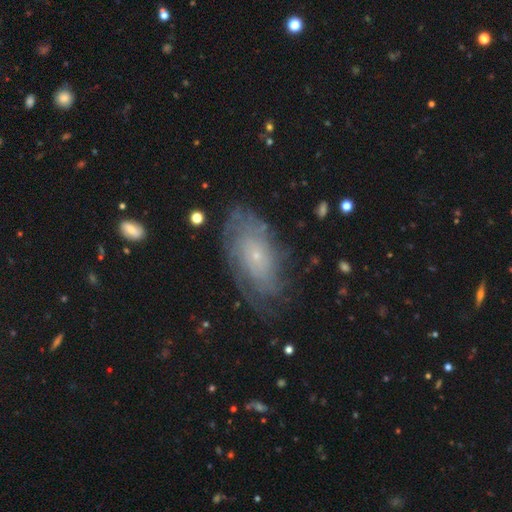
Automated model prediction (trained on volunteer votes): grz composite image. It shows a featured or disk galaxy (67%) with no bar (83%), tight (70%) spiral arms (83%) and a small central bulge (84%). Merging: none (72%).